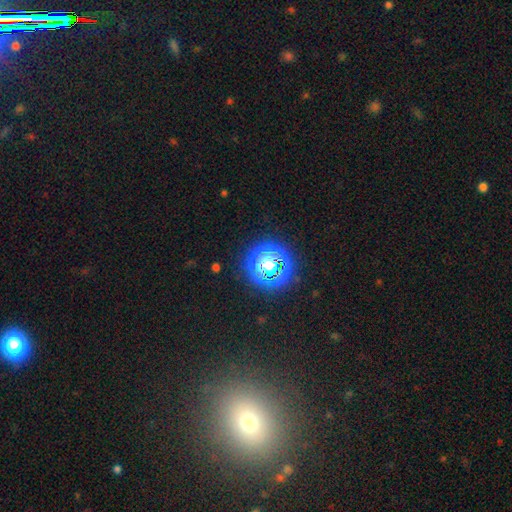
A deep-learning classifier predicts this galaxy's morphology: star or artifact 73%, smooth 18%, featured or disk 9%.